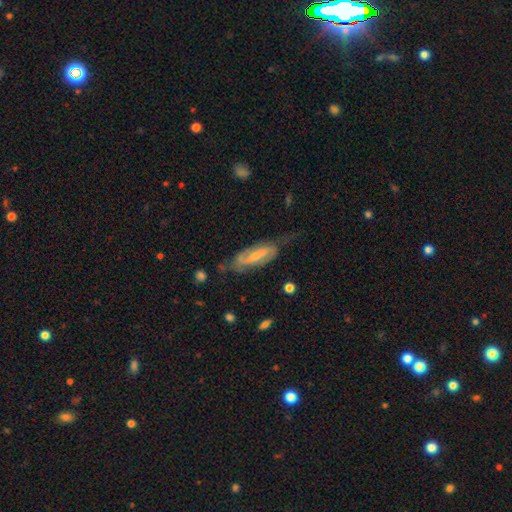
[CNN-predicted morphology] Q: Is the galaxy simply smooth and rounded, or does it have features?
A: featured or disk — 75%.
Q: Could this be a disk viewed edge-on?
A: no — 88%.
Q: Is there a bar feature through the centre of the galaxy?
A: strong — 44%.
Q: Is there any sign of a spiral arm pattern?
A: yes — 89%.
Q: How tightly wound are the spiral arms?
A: medium — 44%.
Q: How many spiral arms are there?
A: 2 — 82%.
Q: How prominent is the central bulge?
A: small — 49%.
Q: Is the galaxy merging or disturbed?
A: none — 55%.